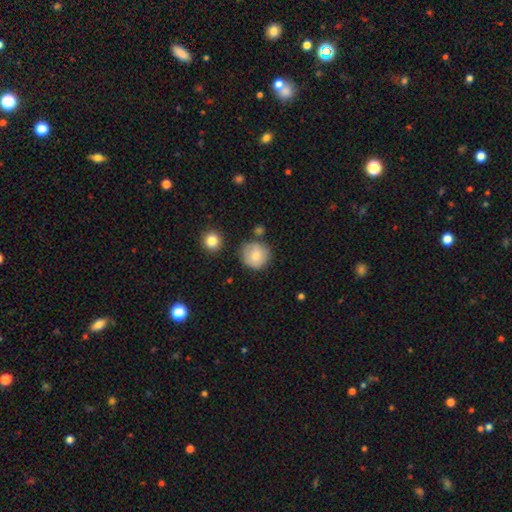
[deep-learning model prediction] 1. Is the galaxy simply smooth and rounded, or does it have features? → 76% smooth, 16% featured or disk, 8% star or artifact.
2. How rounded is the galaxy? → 93% round, 7% in between, 1% cigar-shaped.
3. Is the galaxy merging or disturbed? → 74% none, 16% minor disturbance, 6% merger, 4% major disturbance.